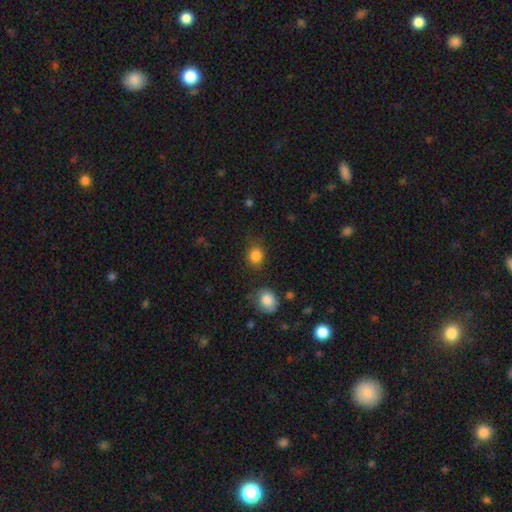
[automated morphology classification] A smooth galaxy with no disk features (85%) that is round (68%).

Vote fractions:
- Smooth or featured? smooth: 85% / star or artifact: 11% / featured or disk: 4%
- How rounded? round: 68% / in between: 31% / cigar-shaped: 1%
- Merging? none: 79% / minor disturbance: 13% / major disturbance: 4% / merger: 4%